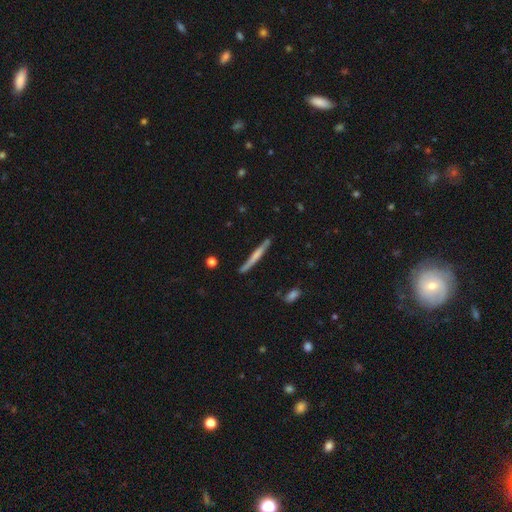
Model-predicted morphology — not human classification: Smooth or featured? smooth (49%)
Merging? none (83%)